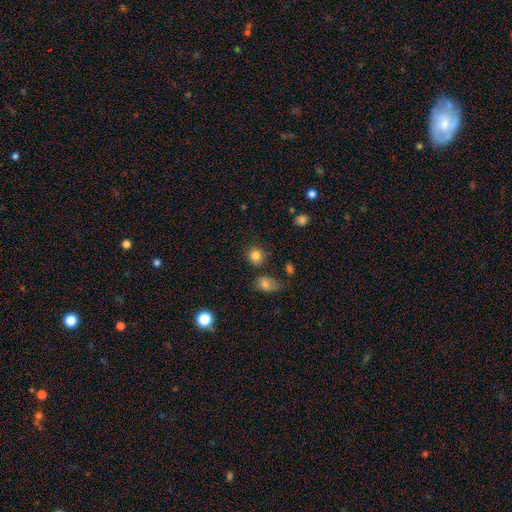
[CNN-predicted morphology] Smooth or featured?
  - smooth: 83% *
  - star or artifact: 11%
  - featured or disk: 6%
How rounded?
  - round: 85% *
  - in between: 14%
  - cigar-shaped: 1%
Merging?
  - none: 77% *
  - minor disturbance: 12%
  - merger: 7%
  - major disturbance: 4%